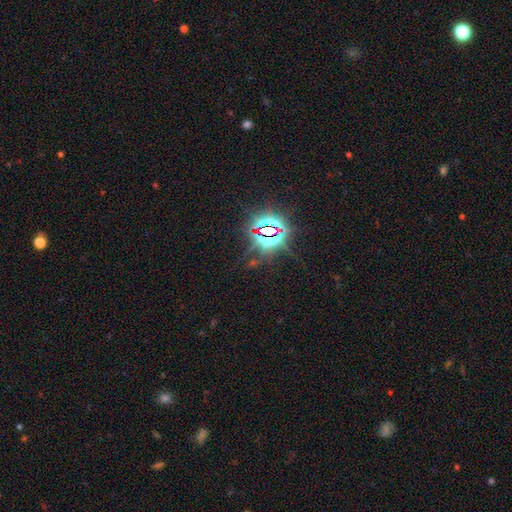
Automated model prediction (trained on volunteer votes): A star or artifact, not a galaxy (83%).